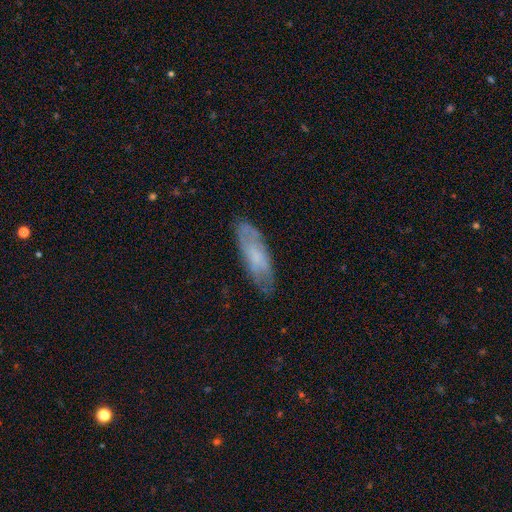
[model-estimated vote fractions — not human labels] Smooth or featured? Predicted: smooth (p=0.53). How rounded? Predicted: in between (p=0.53). Merging? Predicted: none (p=0.75).